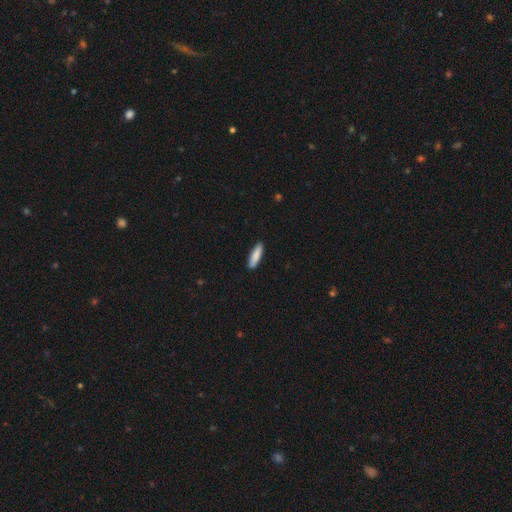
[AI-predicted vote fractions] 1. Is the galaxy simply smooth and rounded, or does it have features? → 87% smooth, 7% featured or disk, 5% star or artifact.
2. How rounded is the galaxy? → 65% cigar-shaped, 33% in between, 1% round.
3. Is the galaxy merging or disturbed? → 89% none, 8% minor disturbance, 2% major disturbance, 1% merger.